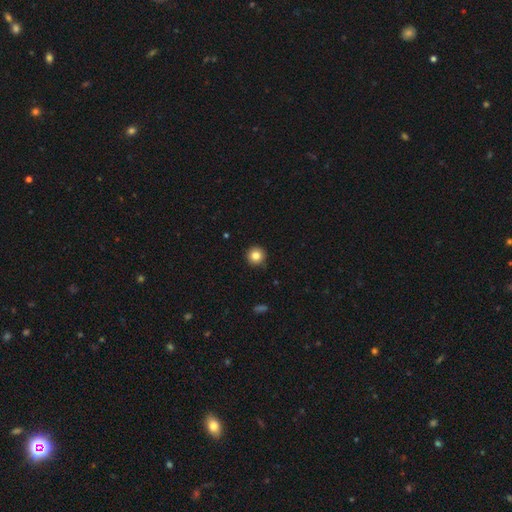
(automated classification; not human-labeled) Smooth or featured?
  - smooth: 83% *
  - star or artifact: 11%
  - featured or disk: 6%
How rounded?
  - round: 95% *
  - in between: 4%
  - cigar-shaped: 1%
Merging?
  - none: 90% *
  - minor disturbance: 7%
  - major disturbance: 2%
  - merger: 1%